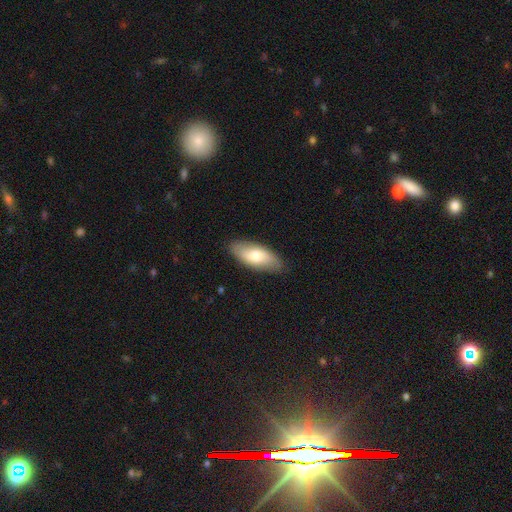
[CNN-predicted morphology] Smooth or featured? smooth (70%)
How rounded? in between (84%)
Merging? none (85%)